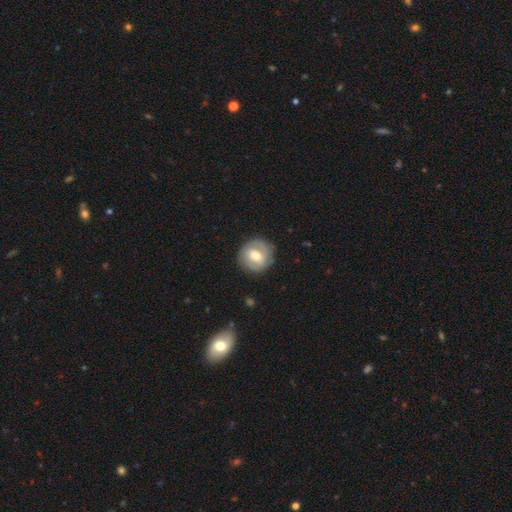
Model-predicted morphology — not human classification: Q: Smooth or featured?
A: featured or disk (62%); runner-up: smooth (32%)
Q: Edge-on disk?
A: no (96%); runner-up: yes (4%)
Q: Bar?
A: weak (49%); runner-up: no (26%)
Q: Spiral arms?
A: yes (71%); runner-up: no (29%)
Q: Bulge size?
A: moderate (69%); runner-up: small (23%)
Q: Merging?
A: none (82%); runner-up: minor disturbance (13%)